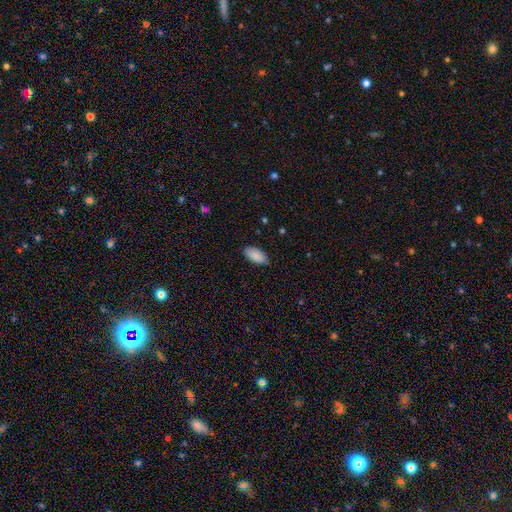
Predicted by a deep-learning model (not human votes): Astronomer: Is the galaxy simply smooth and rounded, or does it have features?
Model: smooth — 89%.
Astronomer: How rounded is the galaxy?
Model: in between — 94%.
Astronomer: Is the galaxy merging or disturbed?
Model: none — 84%.